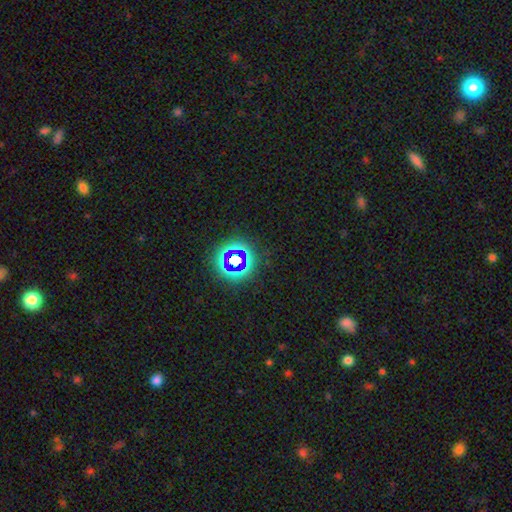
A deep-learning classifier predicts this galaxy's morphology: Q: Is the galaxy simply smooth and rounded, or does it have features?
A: star or artifact — 57%.